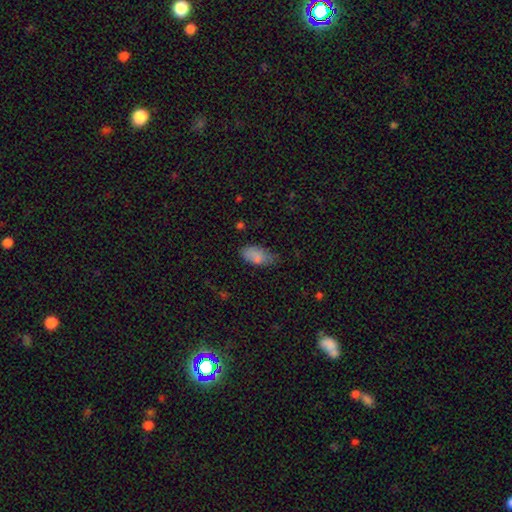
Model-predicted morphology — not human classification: This appears to be a smooth galaxy with no disk features (82%) that is in between round and cigar-shaped (93%). Merging: none (54%).